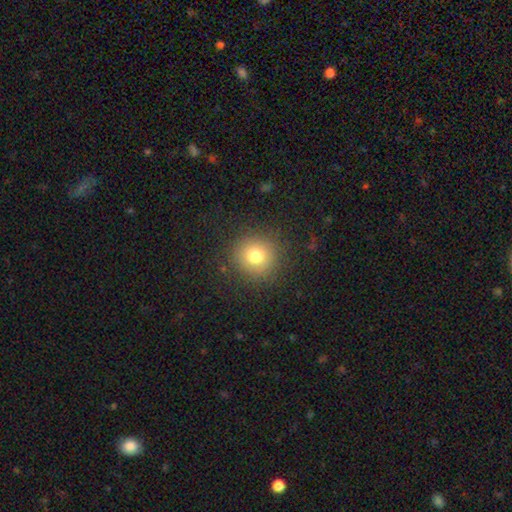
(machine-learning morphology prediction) Smooth or featured?
  - smooth: 74% *
  - star or artifact: 15%
  - featured or disk: 10%
How rounded?
  - round: 93% *
  - in between: 6%
  - cigar-shaped: 1%
Merging?
  - none: 87% *
  - minor disturbance: 8%
  - major disturbance: 4%
  - merger: 1%